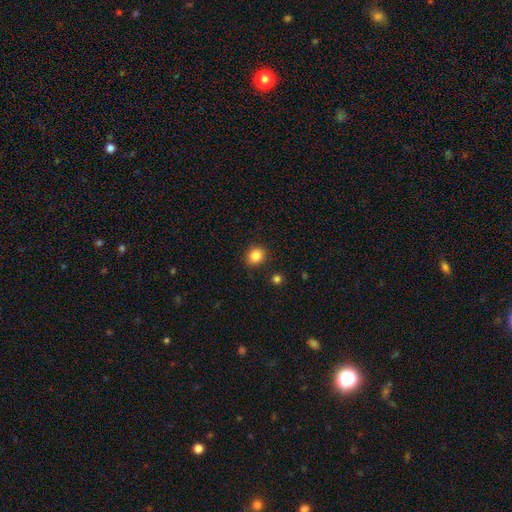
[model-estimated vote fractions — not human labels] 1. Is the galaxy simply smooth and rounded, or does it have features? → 86% smooth, 10% star or artifact, 4% featured or disk.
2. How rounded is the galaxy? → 75% round, 24% in between, 1% cigar-shaped.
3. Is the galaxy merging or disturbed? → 89% none, 7% minor disturbance, 2% major disturbance, 2% merger.